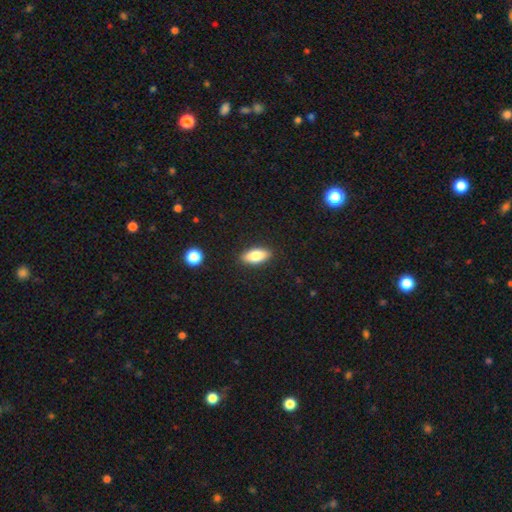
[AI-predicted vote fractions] A smooth galaxy with no disk features (78%) that is in between round and cigar-shaped (83%).

Vote fractions:
- Smooth or featured? smooth: 78% / featured or disk: 15% / star or artifact: 7%
- How rounded? in between: 83% / cigar-shaped: 13% / round: 3%
- Merging? none: 89% / minor disturbance: 8% / major disturbance: 2% / merger: 1%